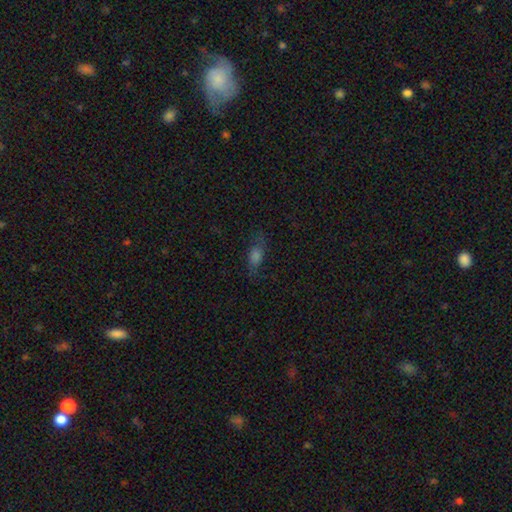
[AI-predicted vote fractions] Q: Smooth or featured?
A: smooth (51%); runner-up: featured or disk (30%)
Q: How rounded?
A: in between (65%); runner-up: cigar-shaped (25%)
Q: Merging?
A: none (71%); runner-up: minor disturbance (18%)